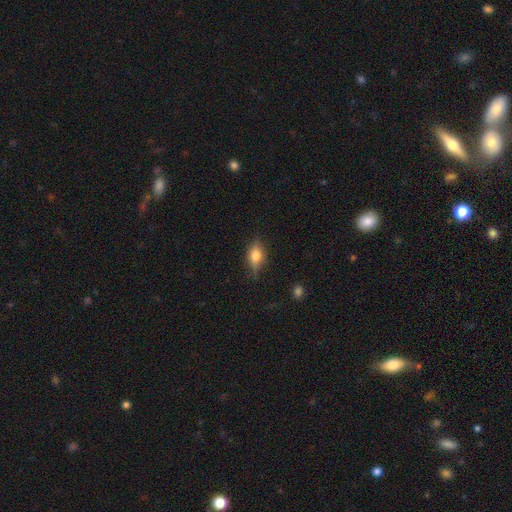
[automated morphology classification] The model was most divided on "smooth or featured": smooth: 57%, featured or disk: 33%, star or artifact: 9%. More confident: merging — none (76%); how rounded — in between (74%).